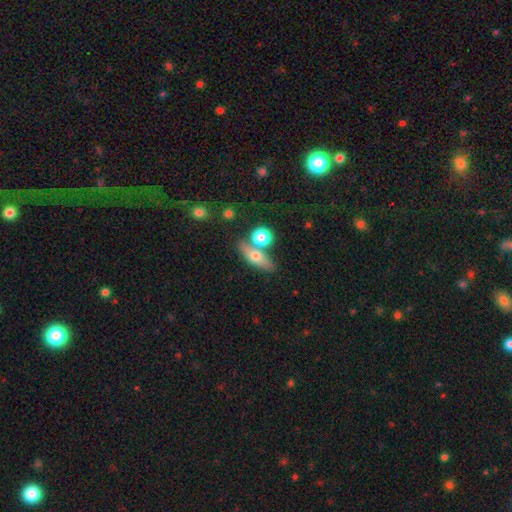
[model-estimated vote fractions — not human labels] Morphology: type=smooth (58%); roundness=in between (52%); merging=none (62%).